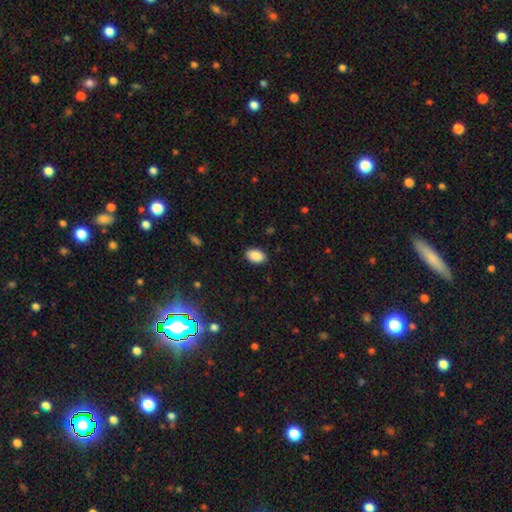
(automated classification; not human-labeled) Morphology: type=smooth (89%); roundness=in between (89%); merging=none (88%).